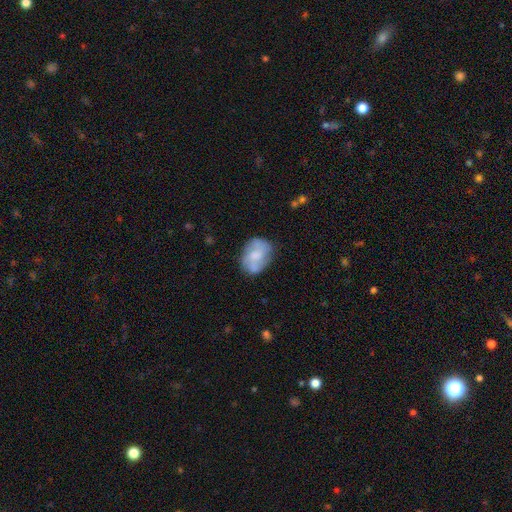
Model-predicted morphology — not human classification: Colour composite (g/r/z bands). It shows a smooth galaxy with no disk features (47%). Merging: none (60%).